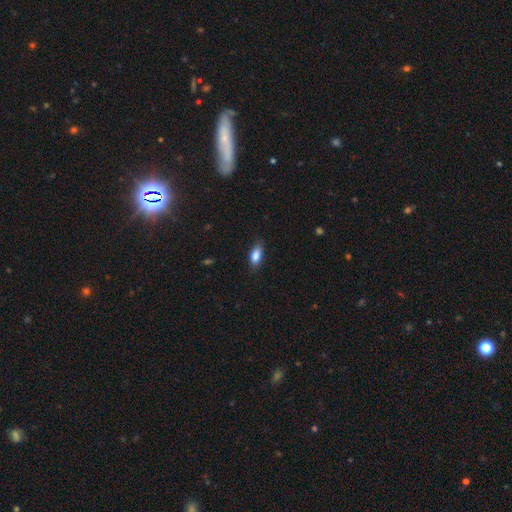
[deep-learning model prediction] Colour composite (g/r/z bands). It shows a smooth galaxy with no disk features (86%) that is in between round and cigar-shaped (83%). Merging: none (83%).